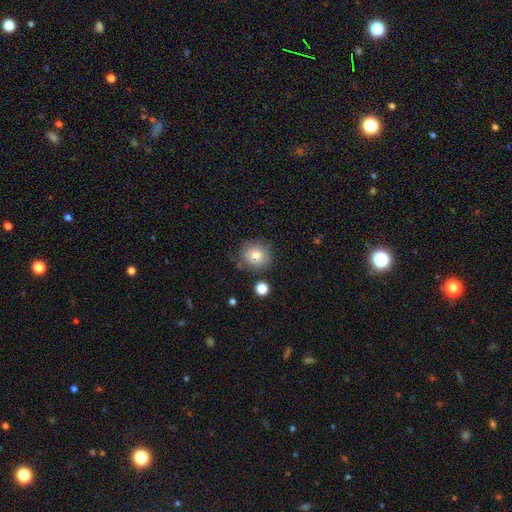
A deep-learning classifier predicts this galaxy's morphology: smooth-or-featured: smooth: 79% | featured or disk: 11% | star or artifact: 9%
  how-rounded: round: 83% | in between: 16% | cigar-shaped: 1%
  merging: none: 74% | minor disturbance: 17% | major disturbance: 5% | merger: 5%